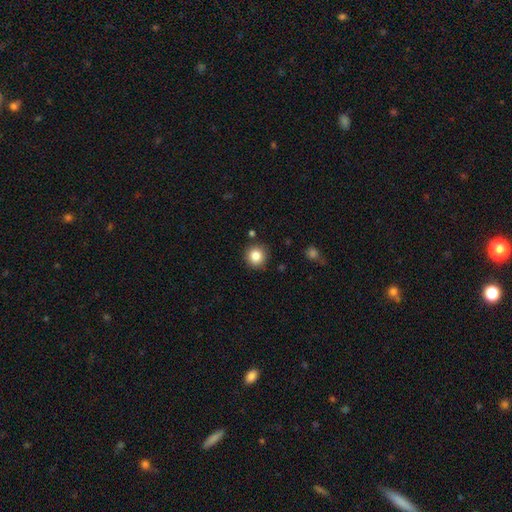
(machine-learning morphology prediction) This is clearly a smooth galaxy (84%). How rounded: clearly round (92%). Merging: clearly none (88%).